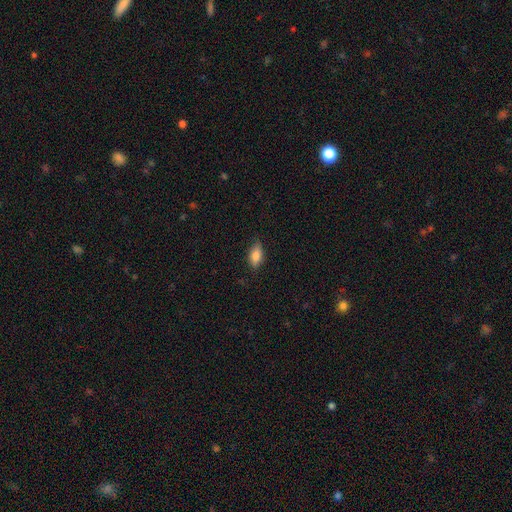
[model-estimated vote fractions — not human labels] Smooth or featured: smooth — 80% (featured or disk — 12%)
How rounded: in between — 86% (cigar-shaped — 11%)
Merging: none — 80% (minor disturbance — 16%)